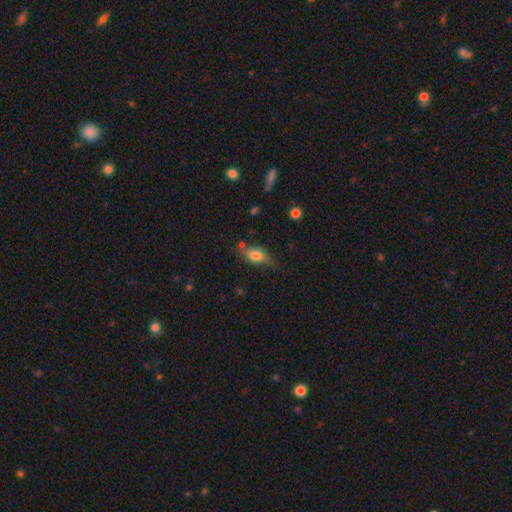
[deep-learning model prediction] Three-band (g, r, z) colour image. It shows a smooth galaxy with no disk features (64%) that is in between round and cigar-shaped (77%). Merging: none (59%).